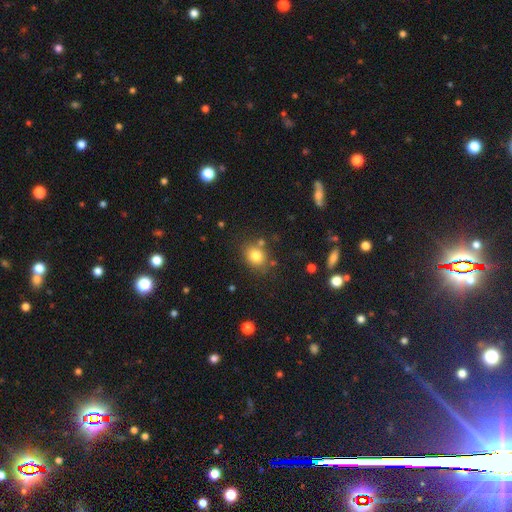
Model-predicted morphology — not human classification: smooth 80%, star or artifact 12%, featured or disk 8%. Down the decision tree: how rounded — round (62%); merging — none (76%).